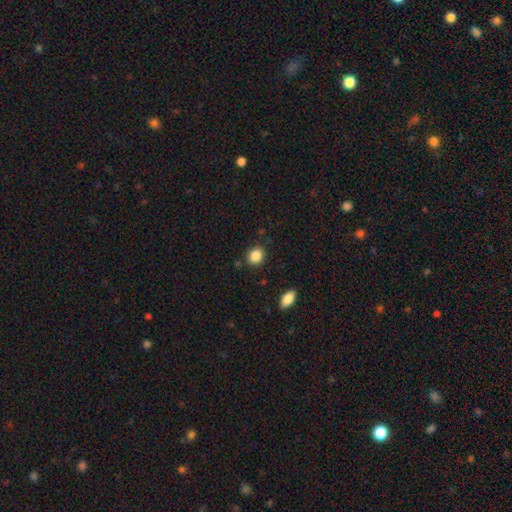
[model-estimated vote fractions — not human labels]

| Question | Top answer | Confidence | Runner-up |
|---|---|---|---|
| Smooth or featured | smooth | 87% | star or artifact (9%) |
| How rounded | round | 68% | in between (31%) |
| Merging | none | 85% | minor disturbance (9%) |